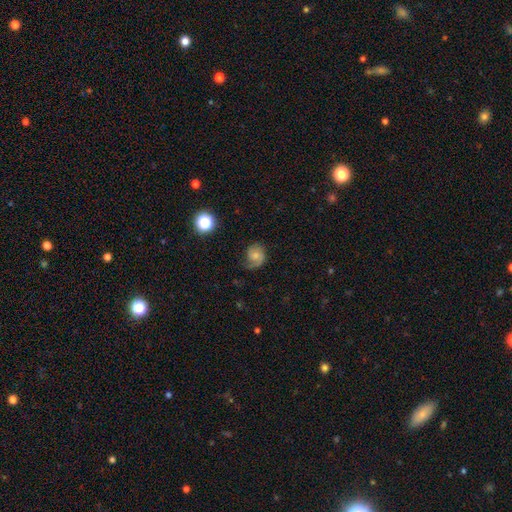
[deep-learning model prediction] This is possibly a featured or disk galaxy (45%). Merging: possibly none (56%).